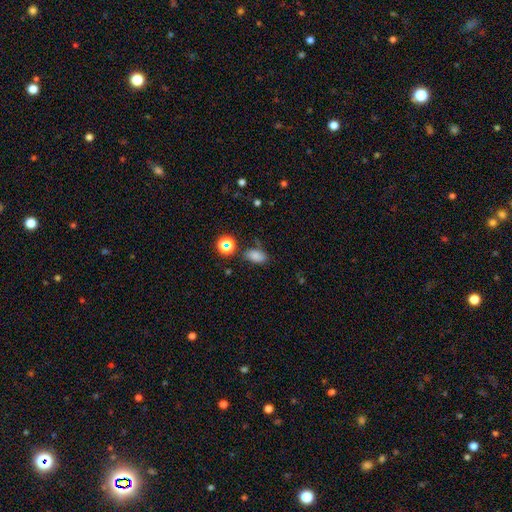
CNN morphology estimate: smooth-or-featured: smooth: 76% | star or artifact: 17% | featured or disk: 7%
  how-rounded: in between: 87% | round: 11% | cigar-shaped: 2%
  merging: none: 73% | minor disturbance: 16% | merger: 6% | major disturbance: 5%